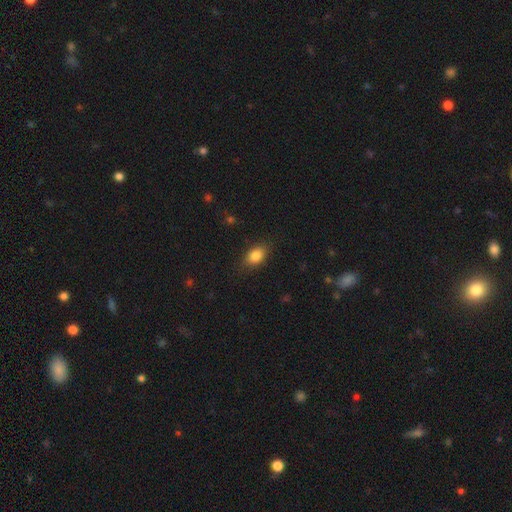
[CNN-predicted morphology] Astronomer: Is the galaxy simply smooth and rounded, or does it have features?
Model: smooth — 83%.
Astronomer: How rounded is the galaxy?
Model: in between — 78%.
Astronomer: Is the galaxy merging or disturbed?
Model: none — 80%.